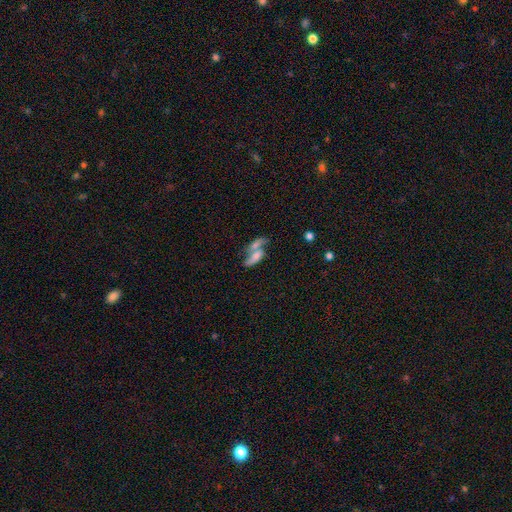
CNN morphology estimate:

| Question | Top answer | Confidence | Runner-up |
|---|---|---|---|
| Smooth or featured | smooth | 53% | featured or disk (38%) |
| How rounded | in between | 61% | cigar-shaped (34%) |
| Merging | merger | 58% | none (24%) |